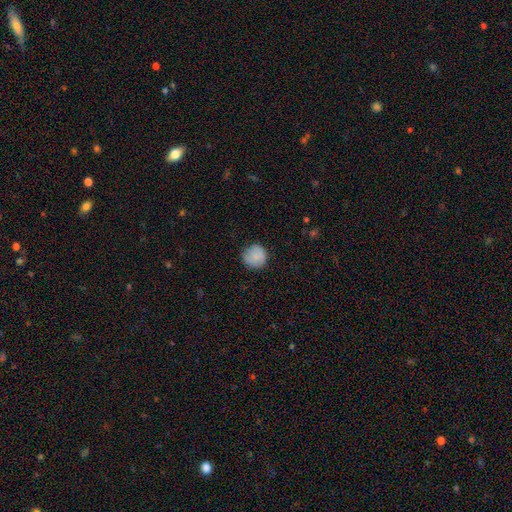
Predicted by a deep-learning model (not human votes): smooth_or_featured: smooth (p=0.85) [alt: featured or disk p=0.08]
how_rounded: round (p=0.94) [alt: in between p=0.05]
merging: none (p=0.82) [alt: minor disturbance p=0.14]